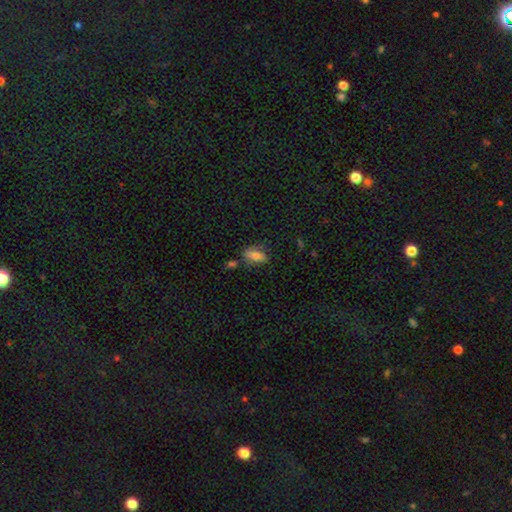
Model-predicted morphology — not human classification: A smooth galaxy with no disk features (72%) that is in between round and cigar-shaped (87%). Merging: none (52%).